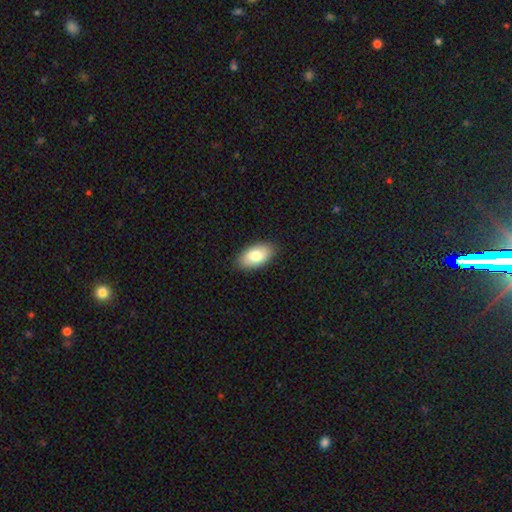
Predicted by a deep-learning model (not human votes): Overall: smooth (81%). How rounded: in between (94%). Merging: none (87%).